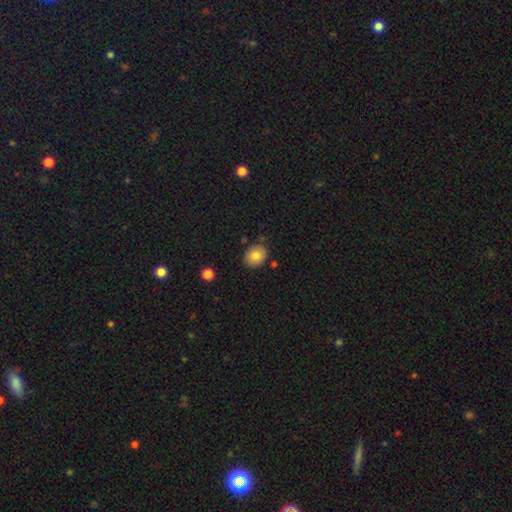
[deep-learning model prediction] Smooth or featured? Predicted: smooth (p=0.81). How rounded? Predicted: round (p=0.62). Merging? Predicted: none (p=0.82).